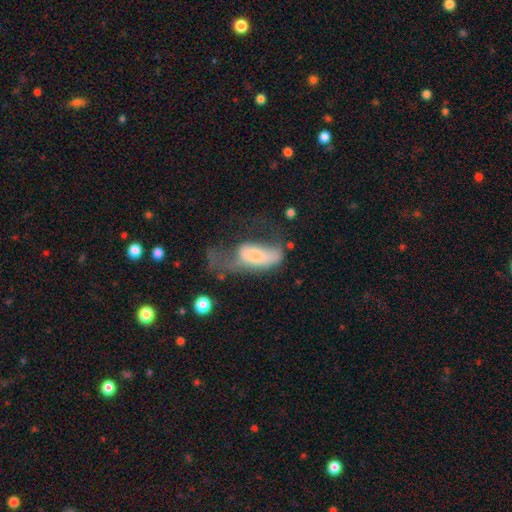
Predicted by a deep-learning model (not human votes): A smooth galaxy with no disk features (60%) that is in between round and cigar-shaped (81%).

Vote fractions:
- Smooth or featured? smooth: 60% / featured or disk: 33% / star or artifact: 8%
- How rounded? in between: 81% / cigar-shaped: 16% / round: 3%
- Merging? major disturbance: 62% / minor disturbance: 16% / none: 14% / merger: 7%